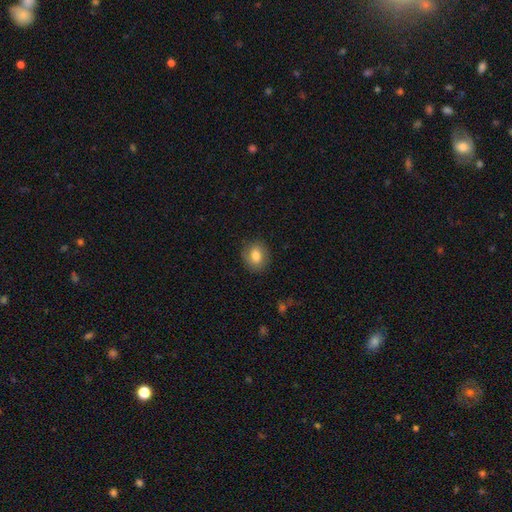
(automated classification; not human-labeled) smooth-or-featured: smooth: 76% | featured or disk: 16% | star or artifact: 8%
  how-rounded: round: 55% | in between: 44% | cigar-shaped: 1%
  merging: none: 82% | minor disturbance: 13% | major disturbance: 4% | merger: 1%